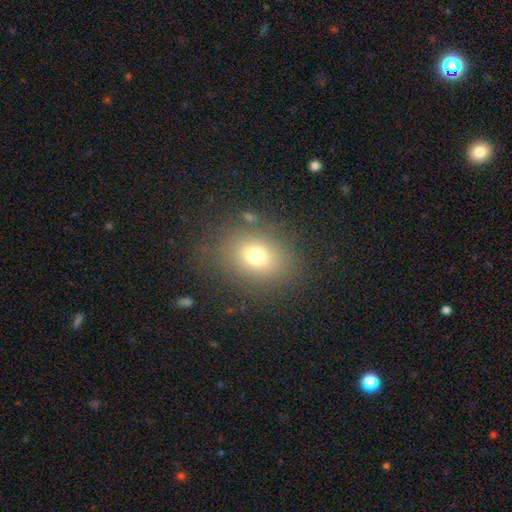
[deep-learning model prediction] Smooth or featured?
  - smooth: 72% *
  - star or artifact: 15%
  - featured or disk: 13%
How rounded?
  - in between: 52% *
  - round: 47%
  - cigar-shaped: 1%
Merging?
  - none: 79% *
  - minor disturbance: 12%
  - major disturbance: 6%
  - merger: 3%